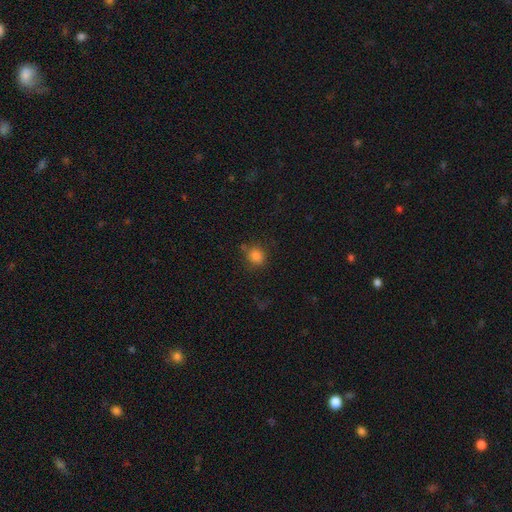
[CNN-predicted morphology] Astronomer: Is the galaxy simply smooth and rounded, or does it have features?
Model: smooth — 83%.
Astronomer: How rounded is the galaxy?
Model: round — 78%.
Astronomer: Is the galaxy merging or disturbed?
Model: none — 76%.